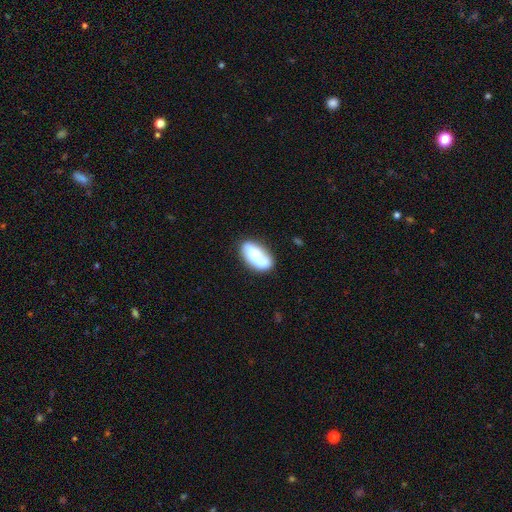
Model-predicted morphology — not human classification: This is possibly a smooth galaxy (51%). How rounded: clearly in between (89%). Merging: possibly none (46%).